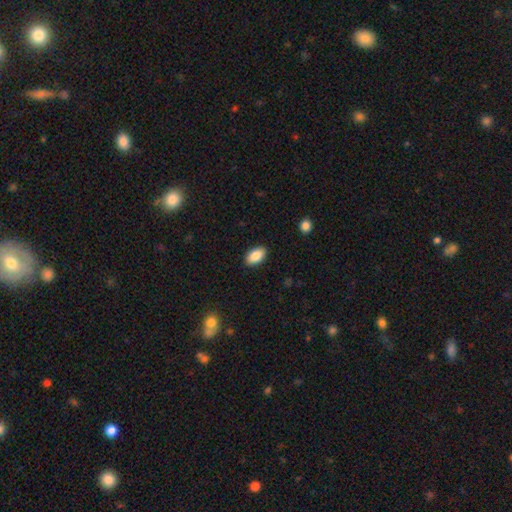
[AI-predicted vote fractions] This appears to be a smooth galaxy with no disk features (88%) that is in between round and cigar-shaped (94%). Merging: none (89%).